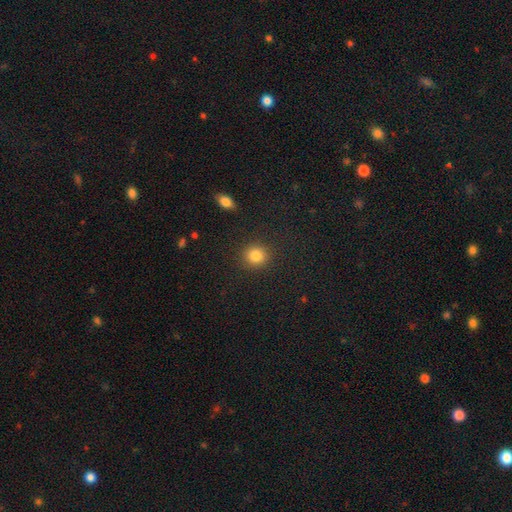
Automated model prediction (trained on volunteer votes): A smooth galaxy with no disk features (84%) that is round (90%). Merging: none (90%).